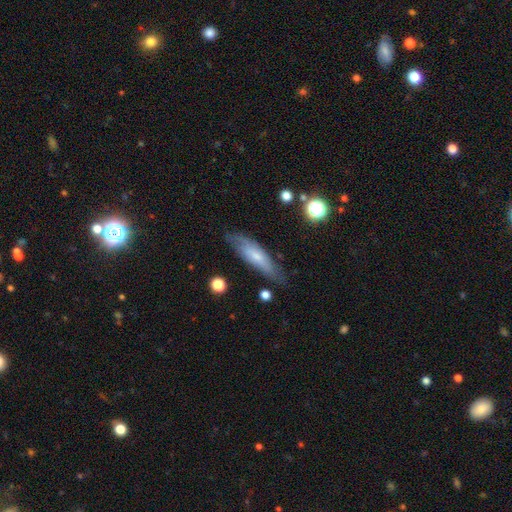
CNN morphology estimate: smooth_or_featured: smooth (p=0.49) [alt: featured or disk p=0.43]
merging: none (p=0.75) [alt: minor disturbance p=0.18]